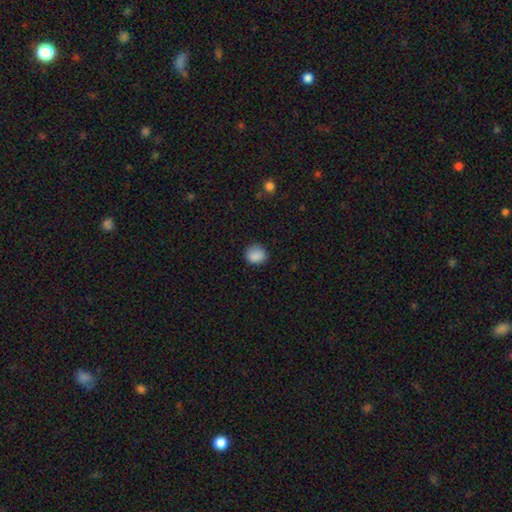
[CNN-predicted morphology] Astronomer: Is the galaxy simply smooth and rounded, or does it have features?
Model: smooth — 88%.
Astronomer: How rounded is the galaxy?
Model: round — 81%.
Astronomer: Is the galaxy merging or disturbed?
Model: none — 83%.